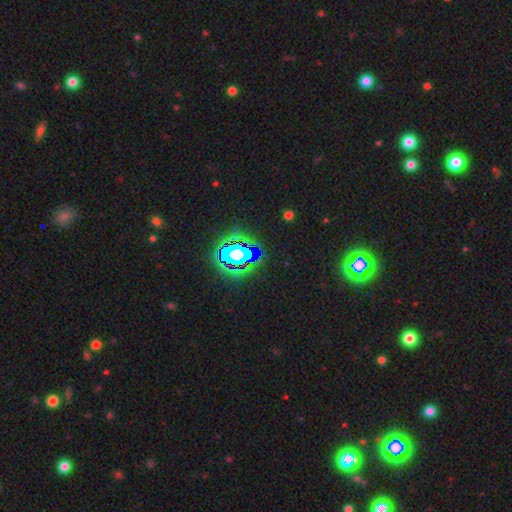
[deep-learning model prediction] Overall: star or artifact (81%).